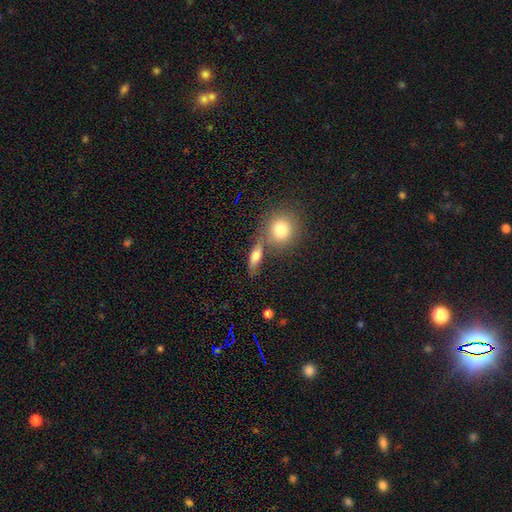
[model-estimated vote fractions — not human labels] A smooth galaxy with no disk features (72%) that is in between round and cigar-shaped (55%). Merging: none (61%).